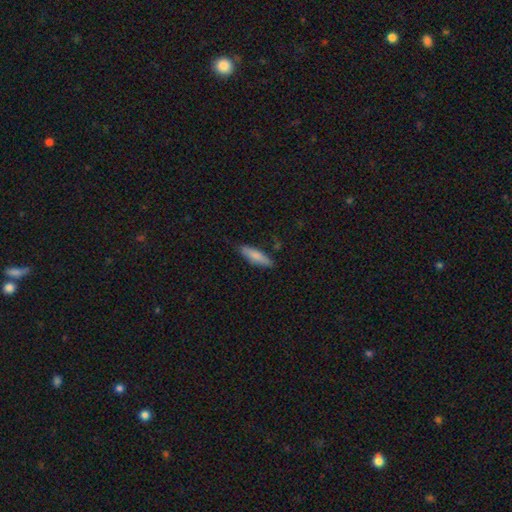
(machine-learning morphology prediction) Smooth or featured? smooth (79%)
How rounded? cigar-shaped (60%)
Merging? none (78%)